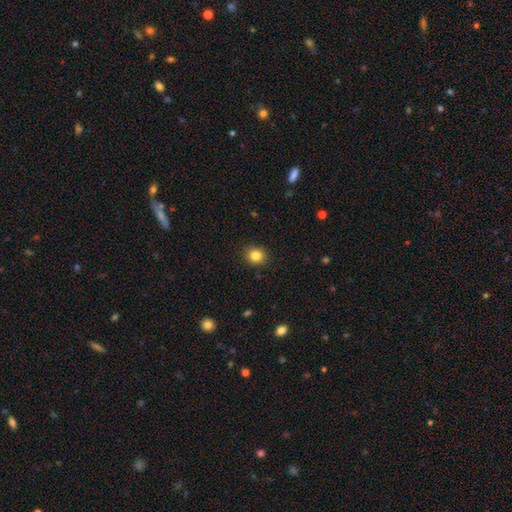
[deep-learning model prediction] The model was most divided on "how rounded": round: 81%, in between: 18%, cigar-shaped: 1%. More confident: merging — none (90%); smooth or featured — smooth (83%).